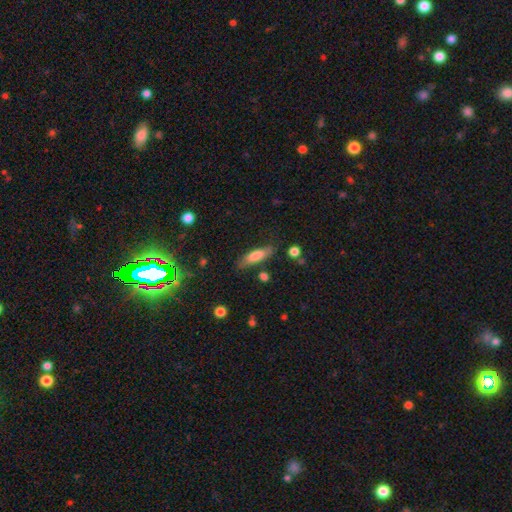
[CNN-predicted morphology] Overall: smooth (74%). How rounded: cigar-shaped (57%; in between 41%). Merging: none (73%).